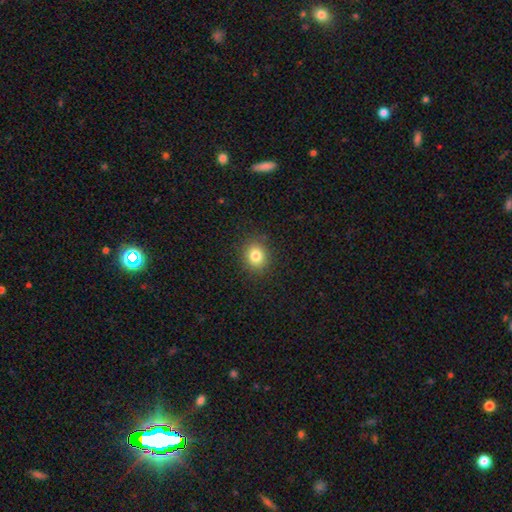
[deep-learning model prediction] smooth 82%, star or artifact 12%, featured or disk 7%. Down the decision tree: how rounded — round (67%); merging — none (89%).